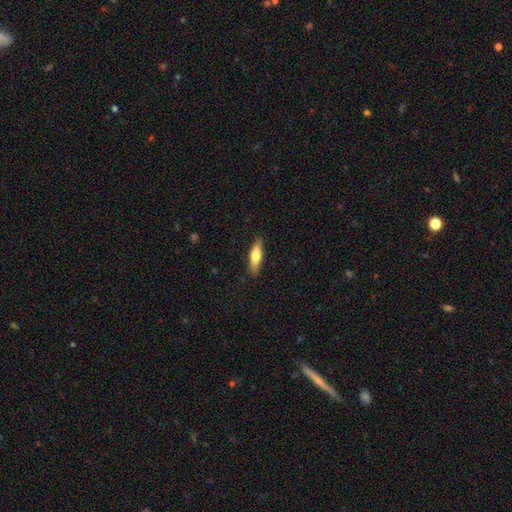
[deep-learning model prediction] Q: Smooth or featured?
A: smooth (69%); runner-up: featured or disk (25%)
Q: How rounded?
A: cigar-shaped (58%); runner-up: in between (40%)
Q: Merging?
A: none (86%); runner-up: minor disturbance (11%)